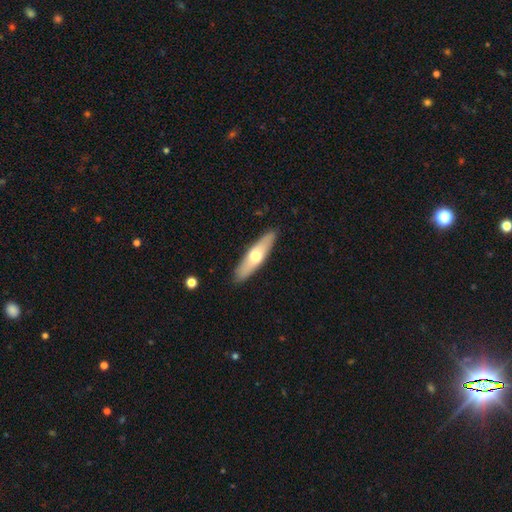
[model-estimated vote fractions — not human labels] A smooth galaxy with no disk features (53%) that is cigar-shaped (70%).

Vote fractions:
- Smooth or featured? smooth: 53% / featured or disk: 42% / star or artifact: 5%
- How rounded? cigar-shaped: 70% / in between: 28% / round: 2%
- Merging? none: 89% / minor disturbance: 8% / major disturbance: 2% / merger: 1%